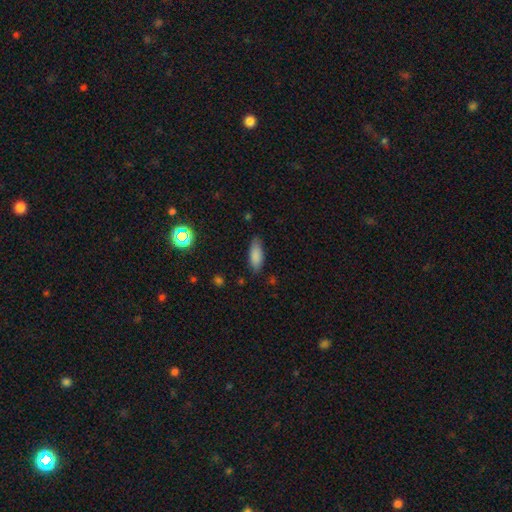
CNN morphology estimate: This appears to be a smooth galaxy with no disk features (85%) that is in between round and cigar-shaped (74%). Merging: none (82%).